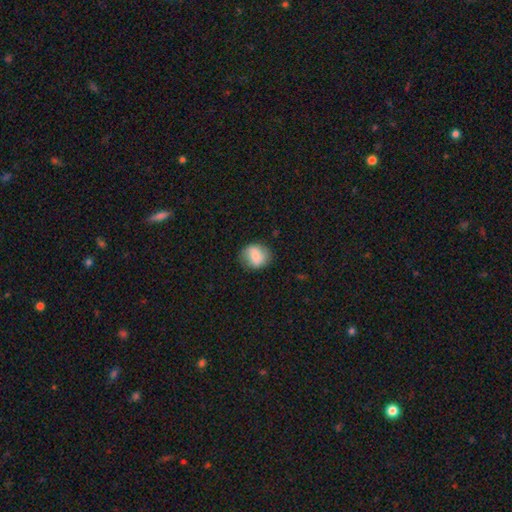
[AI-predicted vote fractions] Q: Smooth or featured?
A: smooth (75%); runner-up: featured or disk (17%)
Q: How rounded?
A: round (76%); runner-up: in between (23%)
Q: Merging?
A: none (78%); runner-up: minor disturbance (16%)